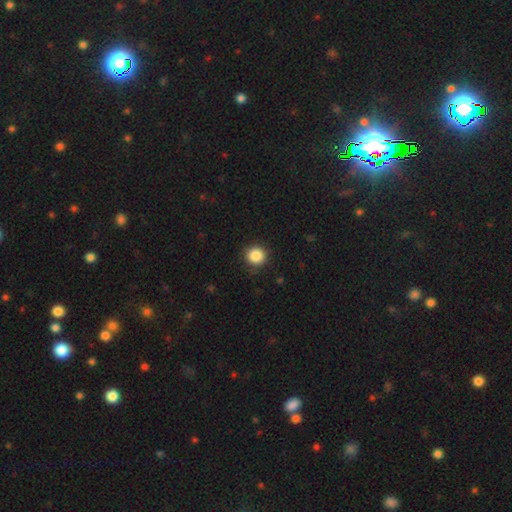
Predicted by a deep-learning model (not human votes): Q: Smooth or featured?
A: smooth (87%); runner-up: star or artifact (10%)
Q: How rounded?
A: round (94%); runner-up: in between (5%)
Q: Merging?
A: none (89%); runner-up: minor disturbance (8%)